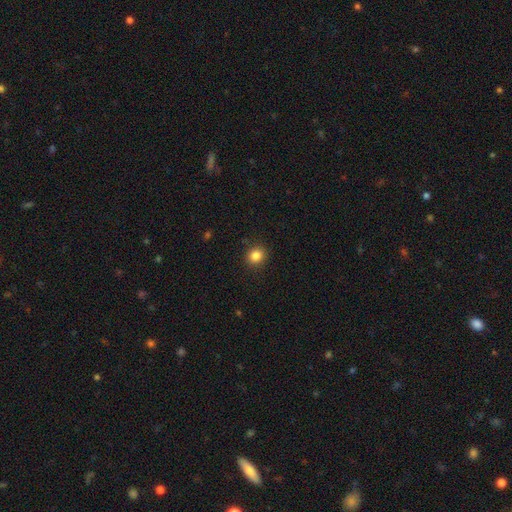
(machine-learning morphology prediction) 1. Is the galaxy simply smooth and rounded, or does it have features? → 85% smooth, 11% star or artifact, 4% featured or disk.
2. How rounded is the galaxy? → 76% round, 23% in between, 1% cigar-shaped.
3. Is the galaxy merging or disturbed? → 90% none, 7% minor disturbance, 2% major disturbance, 1% merger.